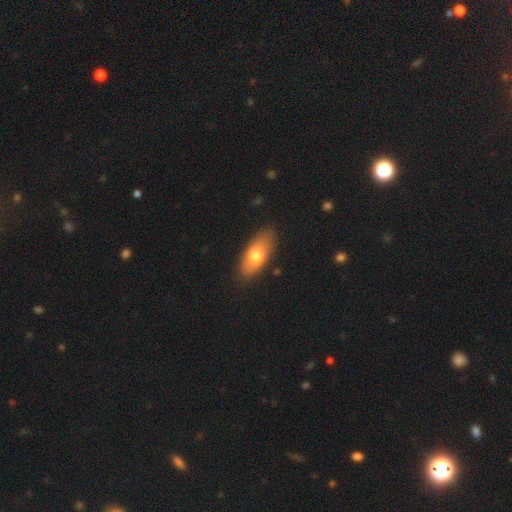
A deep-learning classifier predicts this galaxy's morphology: smooth-or-featured: smooth: 68% | featured or disk: 26% | star or artifact: 6%
  how-rounded: in between: 86% | cigar-shaped: 11% | round: 4%
  merging: none: 82% | minor disturbance: 13% | major disturbance: 3% | merger: 1%